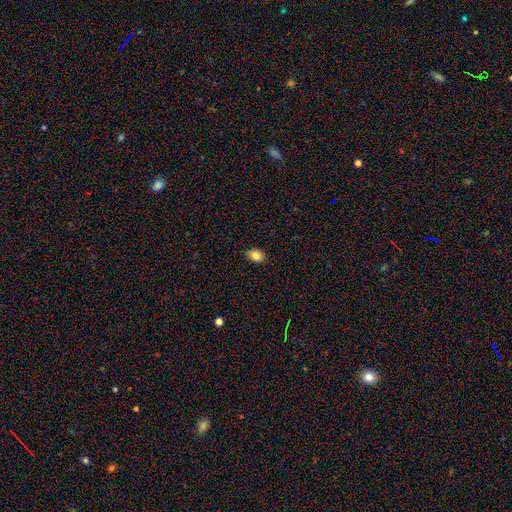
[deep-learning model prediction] smooth-or-featured: smooth: 84% | star or artifact: 9% | featured or disk: 7%
  how-rounded: in between: 74% | round: 25% | cigar-shaped: 1%
  merging: none: 85% | minor disturbance: 12% | major disturbance: 2% | merger: 1%